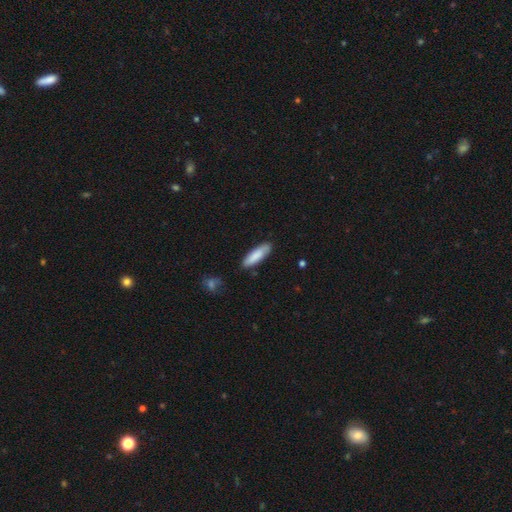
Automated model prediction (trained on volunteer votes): A smooth galaxy with no disk features (83%) that is cigar-shaped (55%).

Vote fractions:
- Smooth or featured? smooth: 83% / featured or disk: 12% / star or artifact: 6%
- How rounded? cigar-shaped: 55% / in between: 44% / round: 1%
- Merging? none: 83% / minor disturbance: 13% / major disturbance: 2% / merger: 2%